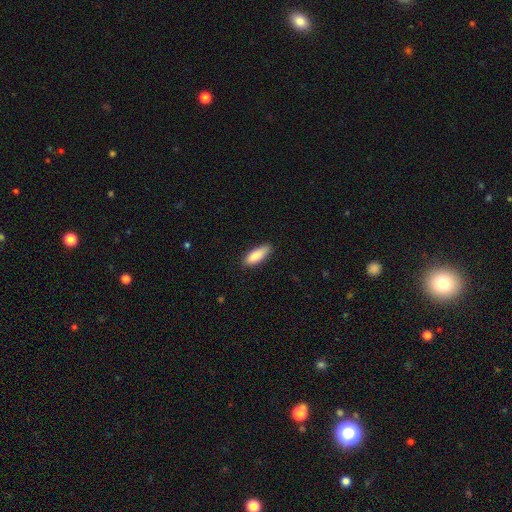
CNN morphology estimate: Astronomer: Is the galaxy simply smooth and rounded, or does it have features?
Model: smooth — 86%.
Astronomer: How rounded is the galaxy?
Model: in between — 65%.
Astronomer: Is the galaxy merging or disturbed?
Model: none — 79%.